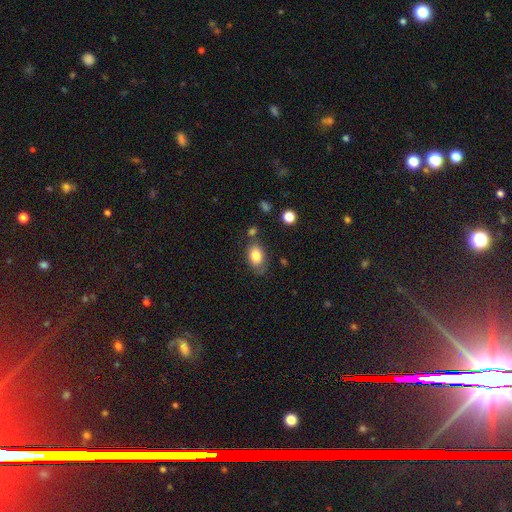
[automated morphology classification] A smooth galaxy with no disk features (81%) that is in between round and cigar-shaped (86%). Merging: none (66%).